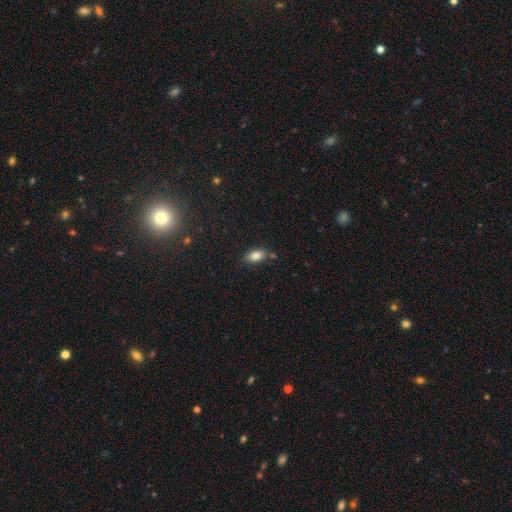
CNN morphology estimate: Smooth or featured: smooth — 83% (star or artifact — 9%)
How rounded: in between — 88% (round — 6%)
Merging: none — 75% (minor disturbance — 16%)